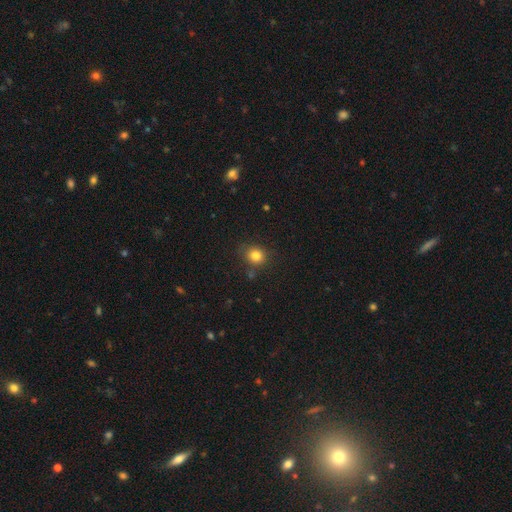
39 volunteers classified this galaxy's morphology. A smooth galaxy with no disk features (90%) that is round (83%). Merging: none (71%).